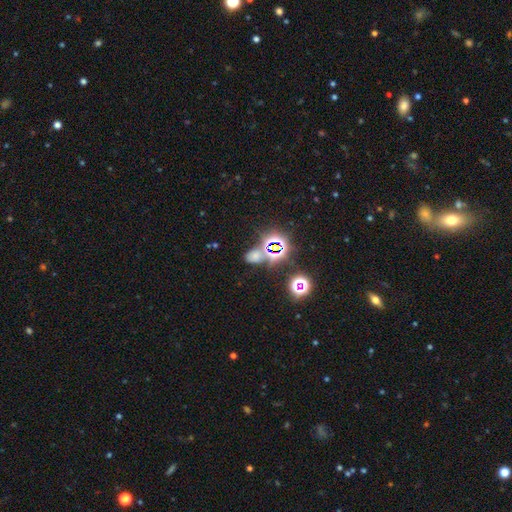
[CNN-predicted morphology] Smooth or featured?
  - star or artifact: 49% *
  - smooth: 42%
  - featured or disk: 9%